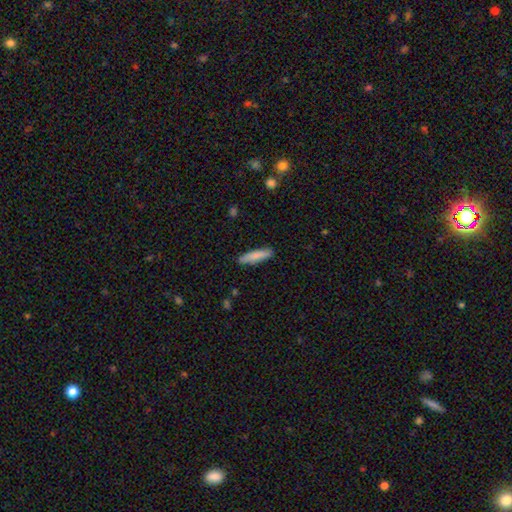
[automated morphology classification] A smooth galaxy with no disk features (82%) that is cigar-shaped (81%). Merging: none (85%).